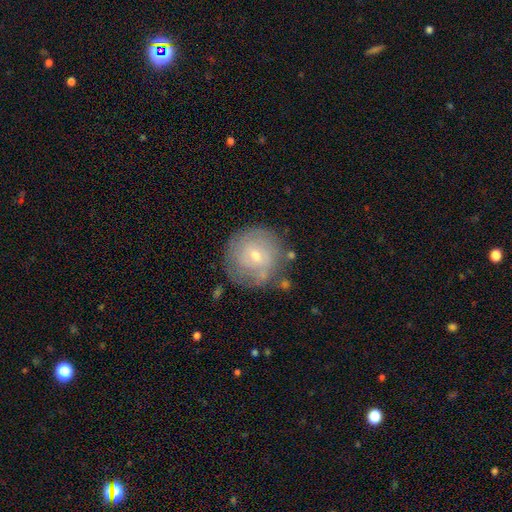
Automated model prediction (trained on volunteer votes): featured or disk 57%, smooth 34%, star or artifact 9%. Down the decision tree: edge-on disk — no (97%); bar — no (63%); spiral arms — yes (73%); bulge size — small (60%); merging — none (77%).